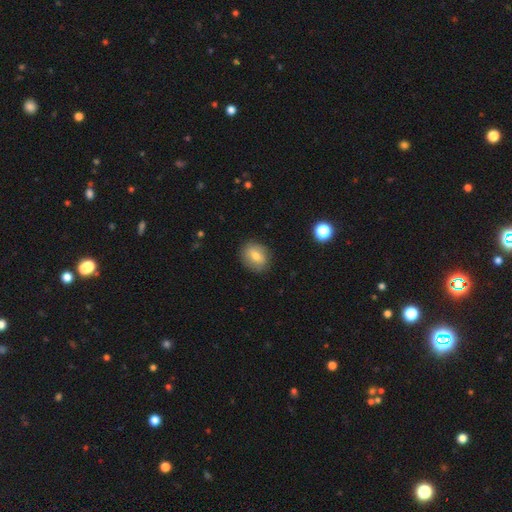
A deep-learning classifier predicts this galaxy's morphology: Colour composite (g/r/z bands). It shows a smooth galaxy with no disk features (73%) that is round (52%). Merging: none (86%).